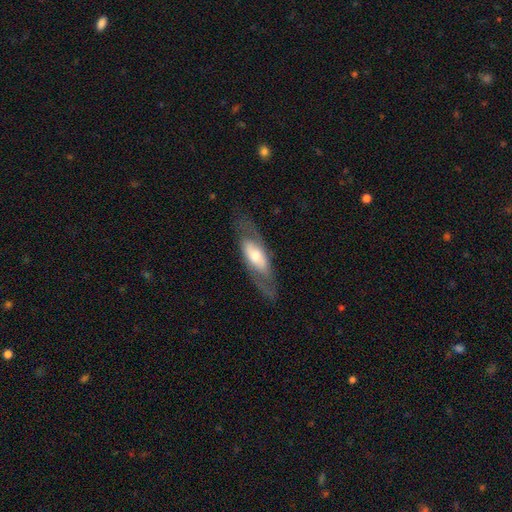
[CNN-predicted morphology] Smooth or featured?
  - featured or disk: 60% *
  - smooth: 35%
  - star or artifact: 6%
Edge-on disk?
  - no: 74% *
  - yes: 26%
Merging?
  - none: 73% *
  - minor disturbance: 15%
  - major disturbance: 10%
  - merger: 1%